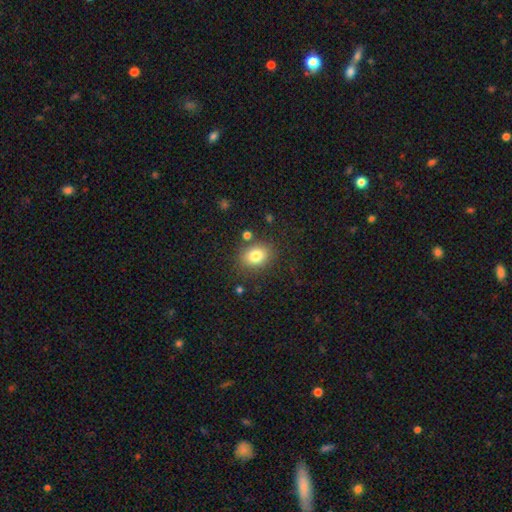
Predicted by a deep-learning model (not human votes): Smooth or featured? Predicted: smooth (p=0.81). How rounded? Predicted: in between (p=0.56). Merging? Predicted: none (p=0.81).